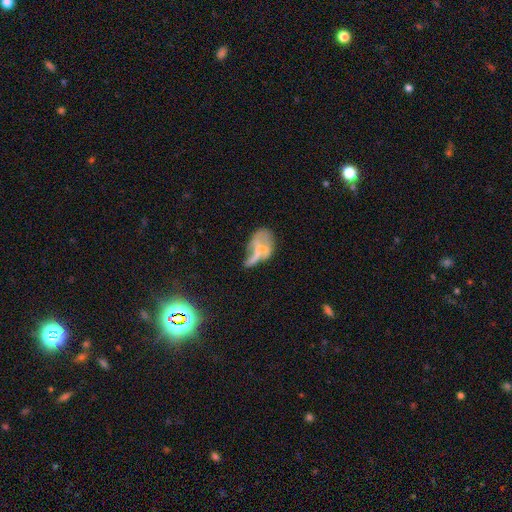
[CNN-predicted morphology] Smooth or featured? featured or disk (53%)
Edge-on disk? no (93%)
Merging? major disturbance (44%)